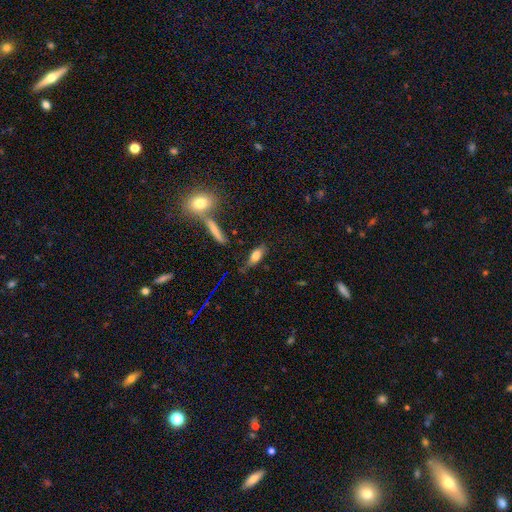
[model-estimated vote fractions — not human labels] A smooth galaxy with no disk features (73%) that is in between round and cigar-shaped (70%).

Vote fractions:
- Smooth or featured? smooth: 73% / featured or disk: 19% / star or artifact: 8%
- How rounded? in between: 70% / cigar-shaped: 26% / round: 3%
- Merging? none: 68% / minor disturbance: 20% / major disturbance: 6% / merger: 6%